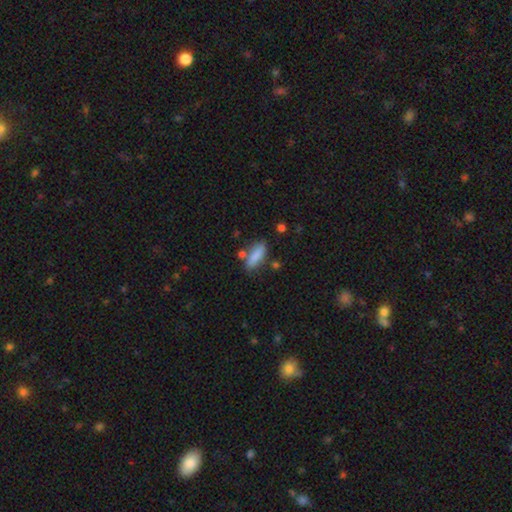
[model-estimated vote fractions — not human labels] Morphology: type=smooth (84%); roundness=in between (56%); merging=none (71%).